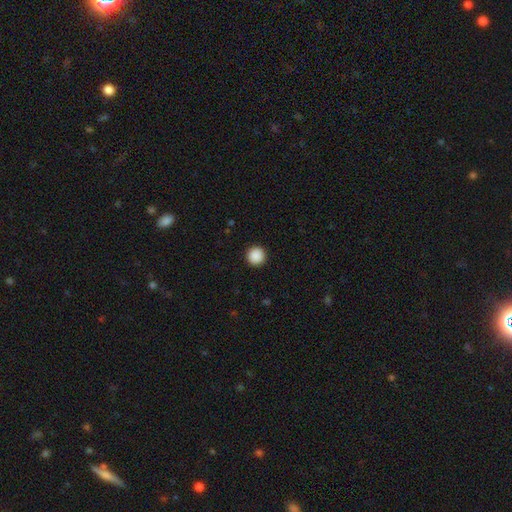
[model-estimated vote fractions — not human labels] Smooth or featured?
  - smooth: 89% *
  - star or artifact: 8%
  - featured or disk: 2%
How rounded?
  - round: 96% *
  - in between: 3%
  - cigar-shaped: 1%
Merging?
  - none: 93% *
  - minor disturbance: 4%
  - major disturbance: 2%
  - merger: 1%